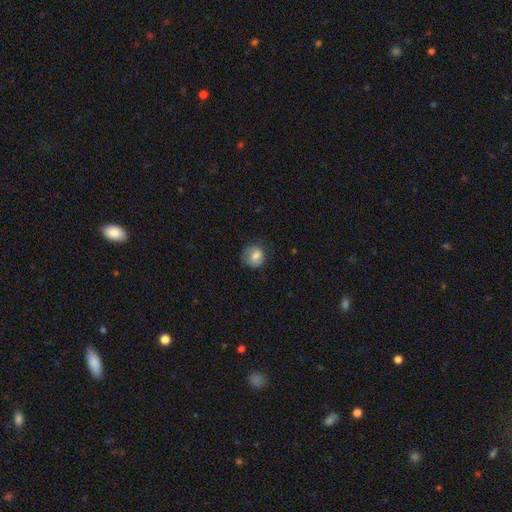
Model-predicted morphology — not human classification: A smooth galaxy with no disk features (79%) that is round (83%). Merging: none (72%).